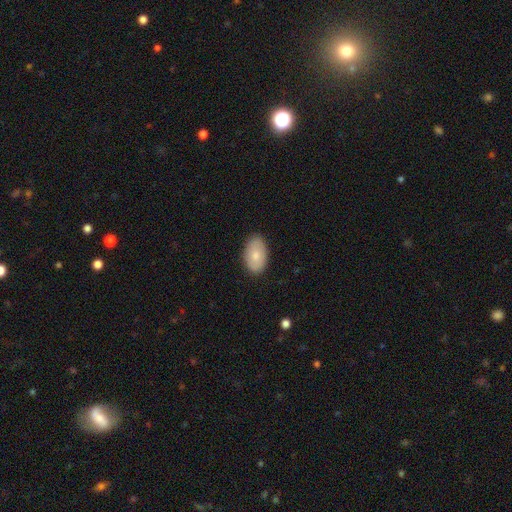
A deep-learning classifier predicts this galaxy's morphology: Q: Smooth or featured?
A: smooth (79%); runner-up: featured or disk (15%)
Q: How rounded?
A: in between (92%); runner-up: round (6%)
Q: Merging?
A: none (86%); runner-up: minor disturbance (11%)